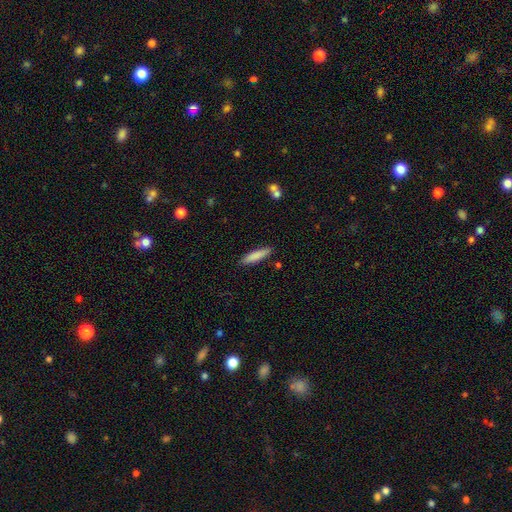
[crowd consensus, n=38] Smooth or featured? 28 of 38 (74%) said smooth. How rounded? 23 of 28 (82%) said cigar-shaped. Merging? 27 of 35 (77%) said none.